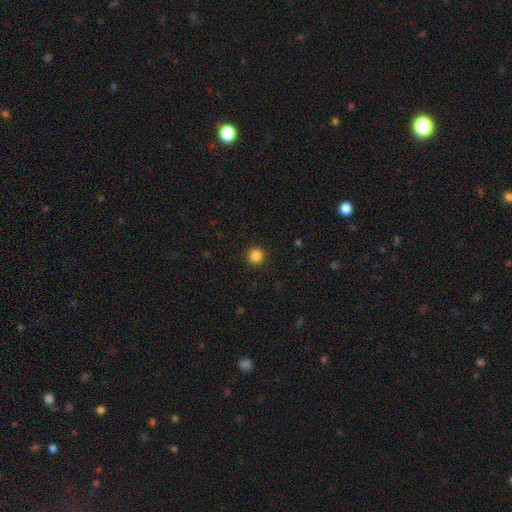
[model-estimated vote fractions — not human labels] This is clearly a smooth galaxy (86%). How rounded: clearly round (95%). Merging: clearly none (93%).